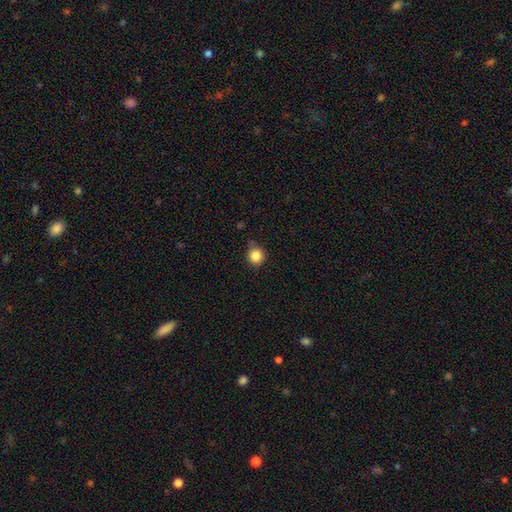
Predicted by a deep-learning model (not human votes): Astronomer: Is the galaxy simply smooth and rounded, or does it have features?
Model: smooth — 85%.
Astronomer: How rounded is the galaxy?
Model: round — 90%.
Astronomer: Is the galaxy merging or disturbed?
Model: none — 78%.